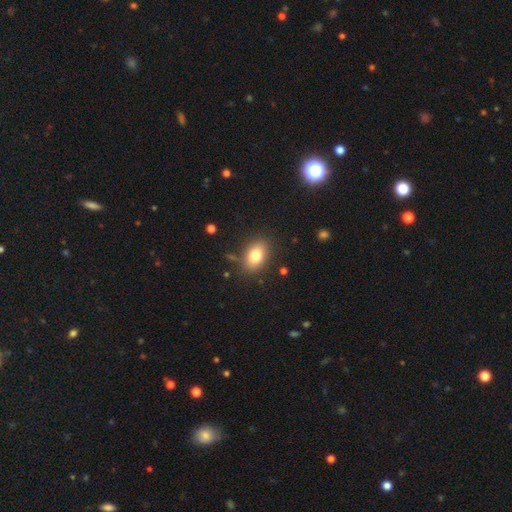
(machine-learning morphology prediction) Smooth or featured? Predicted: smooth (p=0.80). How rounded? Predicted: in between (p=0.82). Merging? Predicted: none (p=0.83).